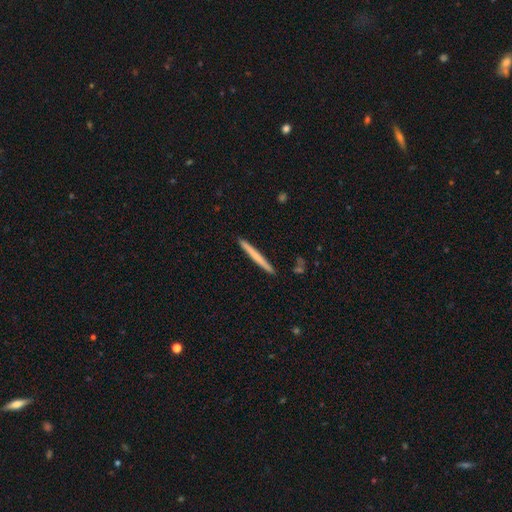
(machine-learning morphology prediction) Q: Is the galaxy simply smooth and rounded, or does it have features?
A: smooth — 62%.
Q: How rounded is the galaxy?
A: cigar-shaped — 97%.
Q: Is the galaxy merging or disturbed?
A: none — 91%.